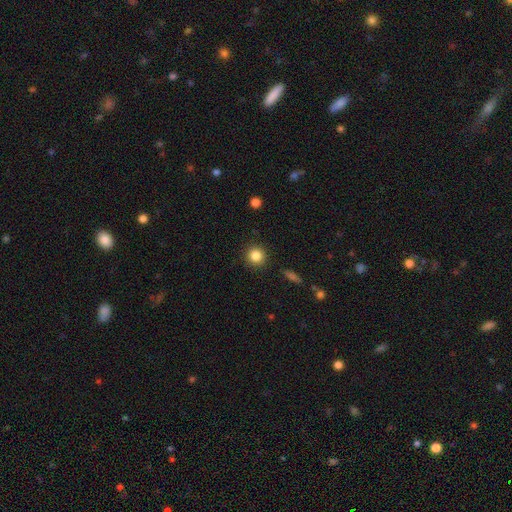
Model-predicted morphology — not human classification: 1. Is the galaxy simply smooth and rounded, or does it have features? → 85% smooth, 11% star or artifact, 5% featured or disk.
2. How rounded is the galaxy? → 94% round, 5% in between, 1% cigar-shaped.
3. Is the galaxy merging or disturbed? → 91% none, 6% minor disturbance, 2% major disturbance, 1% merger.